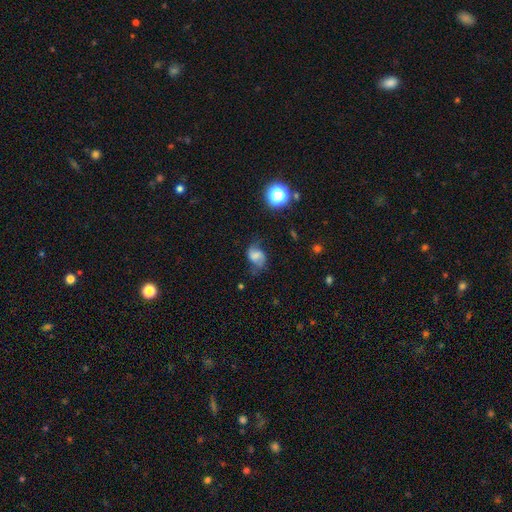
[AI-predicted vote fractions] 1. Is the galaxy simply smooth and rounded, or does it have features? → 47% featured or disk, 40% smooth, 13% star or artifact.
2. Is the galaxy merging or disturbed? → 56% none, 27% minor disturbance, 14% major disturbance, 3% merger.